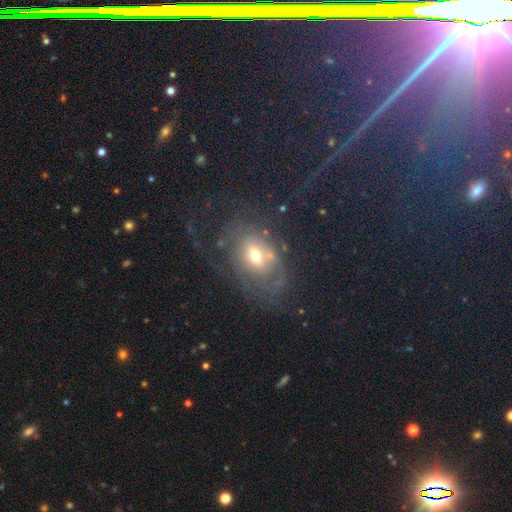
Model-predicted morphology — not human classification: type=featured or disk (63%); edge-on=no (95%); bar=no (60%); spiral arms=yes (61%); bulge=moderate (57%); merging=none (50%).